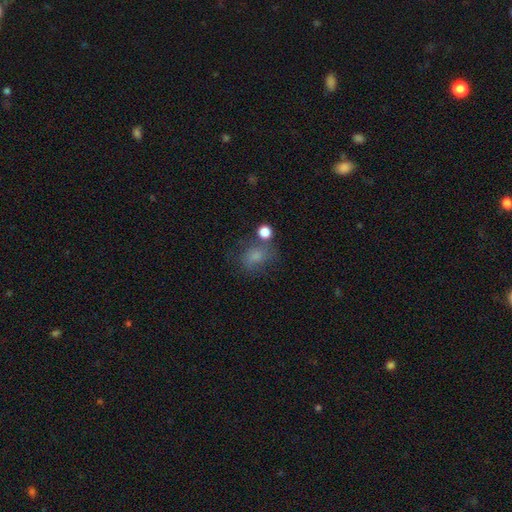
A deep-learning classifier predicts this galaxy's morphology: Smooth or featured?
  - smooth: 68% *
  - star or artifact: 16%
  - featured or disk: 16%
How rounded?
  - round: 53% *
  - in between: 46%
  - cigar-shaped: 1%
Merging?
  - none: 52% *
  - minor disturbance: 21%
  - major disturbance: 14%
  - merger: 12%